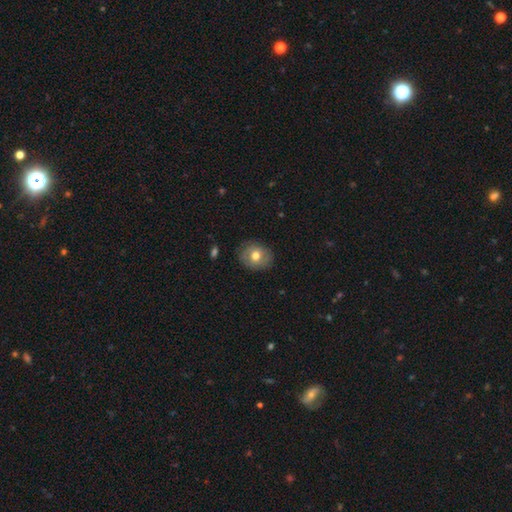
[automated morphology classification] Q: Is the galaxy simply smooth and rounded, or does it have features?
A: smooth — 64%.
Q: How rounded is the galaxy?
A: round — 60%.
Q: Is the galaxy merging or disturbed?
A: none — 81%.